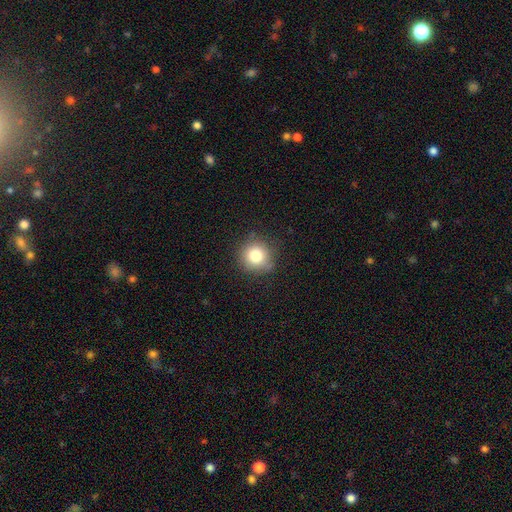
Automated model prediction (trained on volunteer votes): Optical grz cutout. It shows a smooth galaxy with no disk features (80%) that is round (91%). Merging: none (83%).